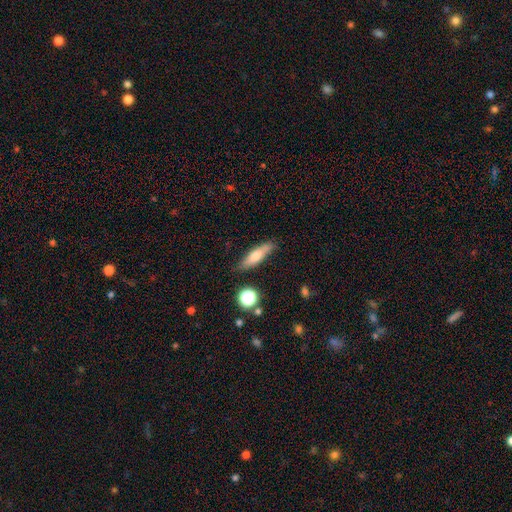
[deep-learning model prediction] This is likely a smooth galaxy (65%). How rounded: likely cigar-shaped (66%). Merging: likely none (80%).